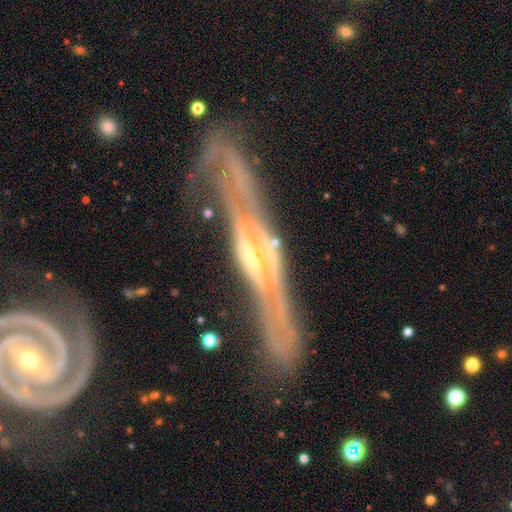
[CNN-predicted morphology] This is clearly a featured or disk galaxy (84%). It is likely viewed edge-on (76%). Edge-on bulge: likely rounded (63%). Merging: possibly none (54%).